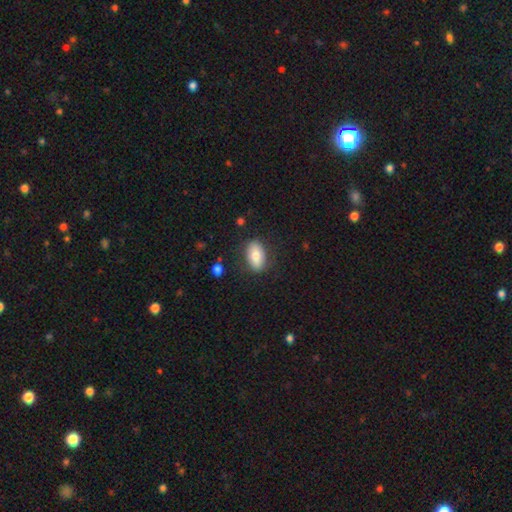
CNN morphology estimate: The model was most divided on "smooth or featured": smooth: 75%, featured or disk: 18%, star or artifact: 7%. More confident: how rounded — in between (90%); merging — none (81%).